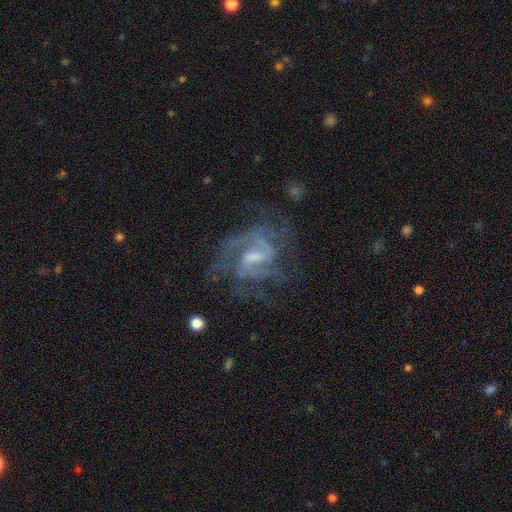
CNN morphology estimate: Overall: featured or disk (84%). Edge-on disk: no (97%). Bar: weak (56%; strong 22%). Spiral arms: yes (92%). Spiral arm count: 2 (38%; can't tell 26%). Spiral winding: medium (48%; tight 35%). Bulge size: small (39%; moderate 36%). Merging: none (57%; major disturbance 22%).